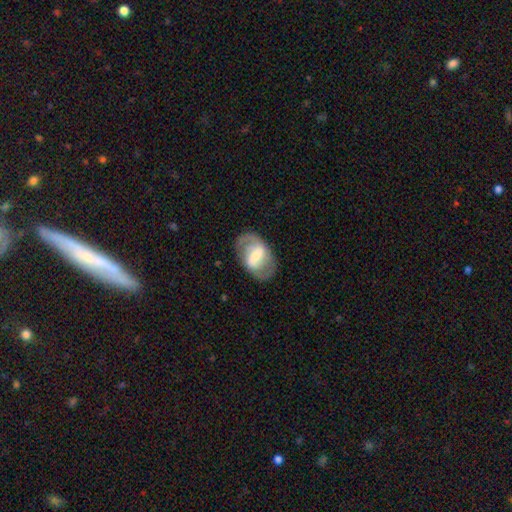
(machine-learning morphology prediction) type=featured or disk (71%); edge-on=no (96%); bar=strong (45%); spiral arms=yes (79%); winding=medium (48%); arm count=2 (81%); bulge=moderate (43%); merging=none (76%).